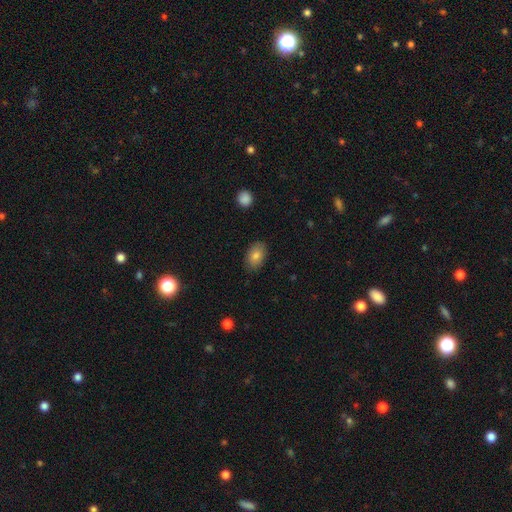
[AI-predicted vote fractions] Smooth or featured? smooth (82%)
How rounded? in between (88%)
Merging? none (86%)